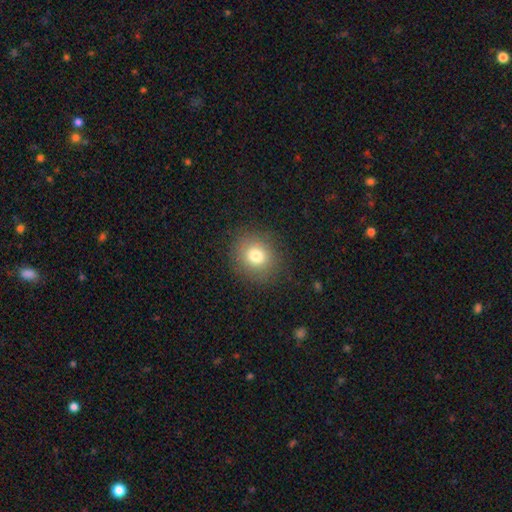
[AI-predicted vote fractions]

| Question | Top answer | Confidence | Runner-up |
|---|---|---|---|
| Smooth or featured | smooth | 78% | star or artifact (12%) |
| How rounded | round | 83% | in between (16%) |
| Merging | none | 87% | minor disturbance (9%) |